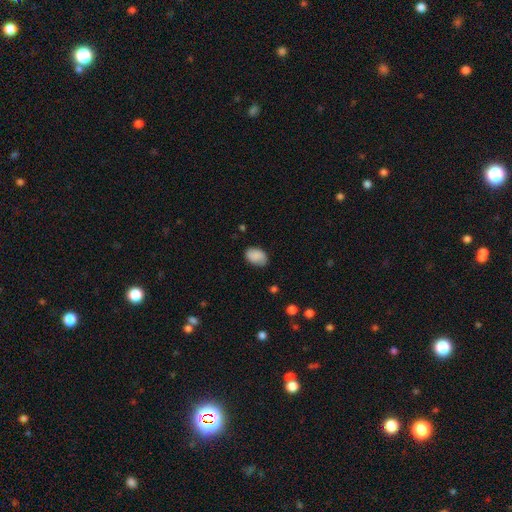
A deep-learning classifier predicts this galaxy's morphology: This appears to be a smooth galaxy with no disk features (87%) that is in between round and cigar-shaped (84%). Merging: none (78%).